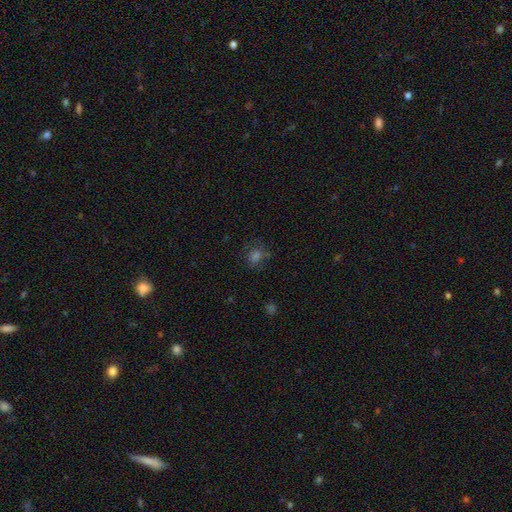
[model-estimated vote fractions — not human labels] This appears to be a smooth galaxy with no disk features (53%) that is round (71%). Merging: none (69%).